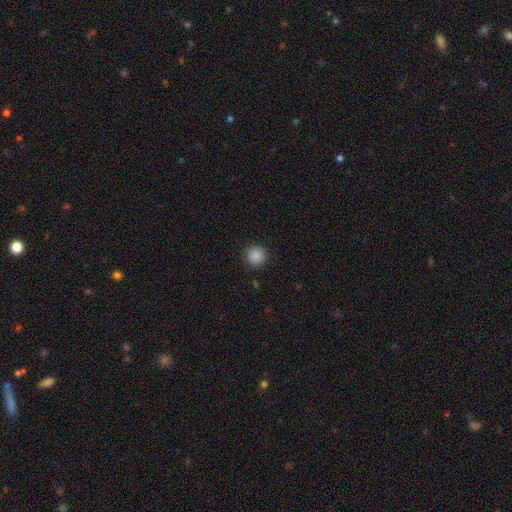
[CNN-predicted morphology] Q: Smooth or featured?
A: smooth (88%); runner-up: star or artifact (9%)
Q: How rounded?
A: round (94%); runner-up: in between (5%)
Q: Merging?
A: none (90%); runner-up: minor disturbance (6%)